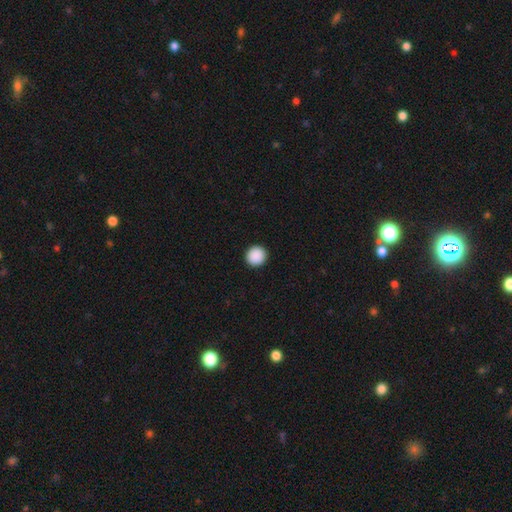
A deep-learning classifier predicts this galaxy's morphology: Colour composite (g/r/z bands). It shows a smooth galaxy with no disk features (90%) that is round (95%). Merging: none (94%).